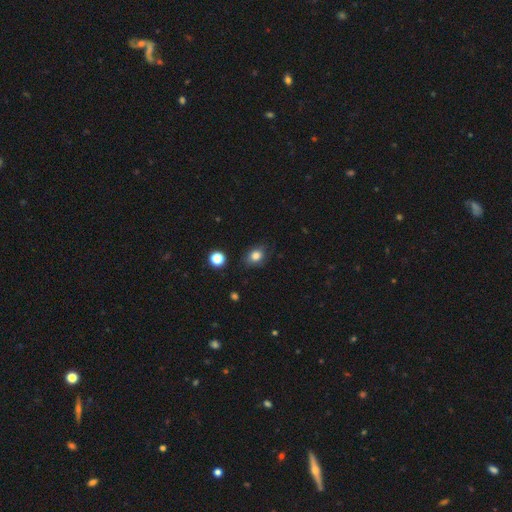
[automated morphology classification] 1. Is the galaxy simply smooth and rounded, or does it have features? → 82% smooth, 11% star or artifact, 7% featured or disk.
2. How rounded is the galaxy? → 57% in between, 42% round, 1% cigar-shaped.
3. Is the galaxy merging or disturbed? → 78% none, 16% minor disturbance, 4% major disturbance, 2% merger.